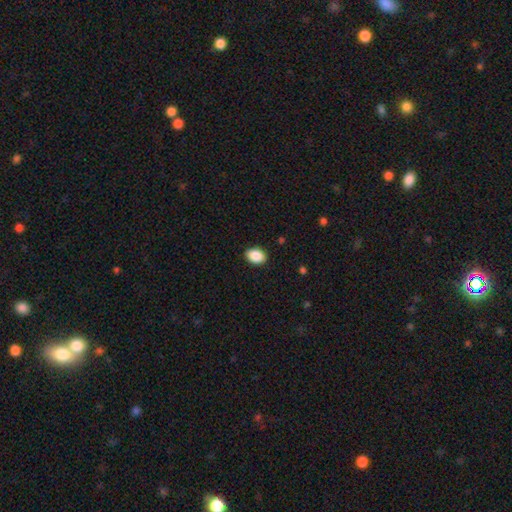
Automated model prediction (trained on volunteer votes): smooth 89%, star or artifact 7%, featured or disk 4%. Down the decision tree: how rounded — in between (80%); merging — none (89%).